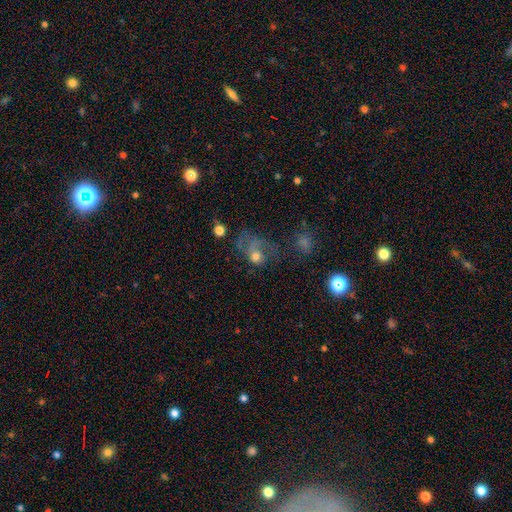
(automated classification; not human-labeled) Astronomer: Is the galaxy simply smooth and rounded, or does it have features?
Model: smooth — 45% (runner-up: featured or disk, 37%).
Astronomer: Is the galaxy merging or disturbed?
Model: major disturbance — 47% (runner-up: none, 27%).